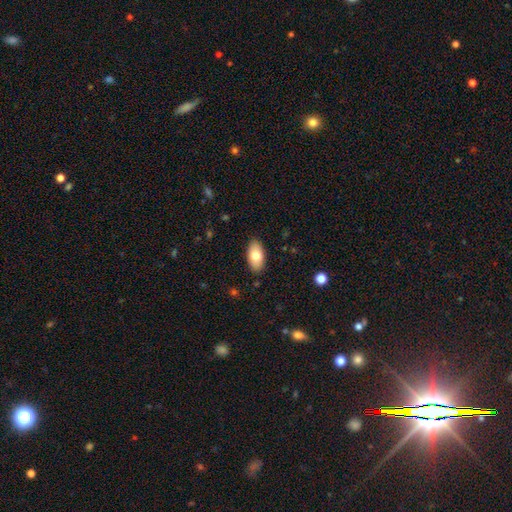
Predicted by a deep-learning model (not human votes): Q: Smooth or featured?
A: smooth (76%); runner-up: featured or disk (18%)
Q: How rounded?
A: in between (94%); runner-up: cigar-shaped (3%)
Q: Merging?
A: none (88%); runner-up: minor disturbance (9%)